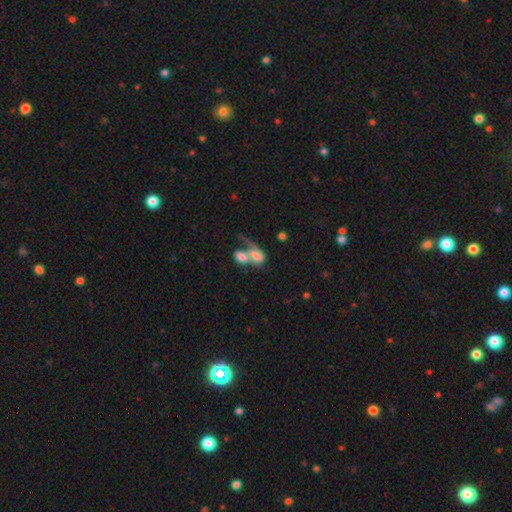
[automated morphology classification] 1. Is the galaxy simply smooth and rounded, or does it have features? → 50% smooth, 41% featured or disk, 9% star or artifact.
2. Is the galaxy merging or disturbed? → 72% merger, 12% major disturbance, 10% none, 5% minor disturbance.